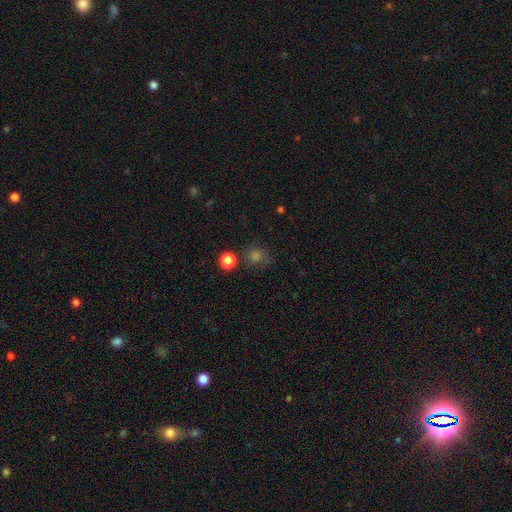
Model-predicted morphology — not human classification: The model was most divided on "smooth or featured": smooth: 56%, star or artifact: 29%, featured or disk: 15%. More confident: how rounded — round (79%); merging — none (73%).